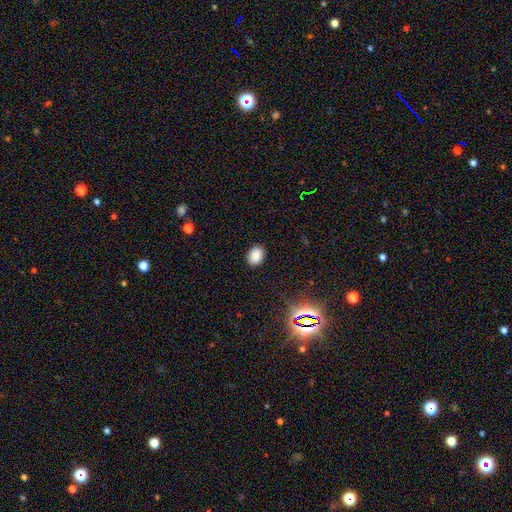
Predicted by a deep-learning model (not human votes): Smooth or featured: smooth — 84% (star or artifact — 11%)
How rounded: in between — 66% (round — 33%)
Merging: none — 89% (minor disturbance — 8%)